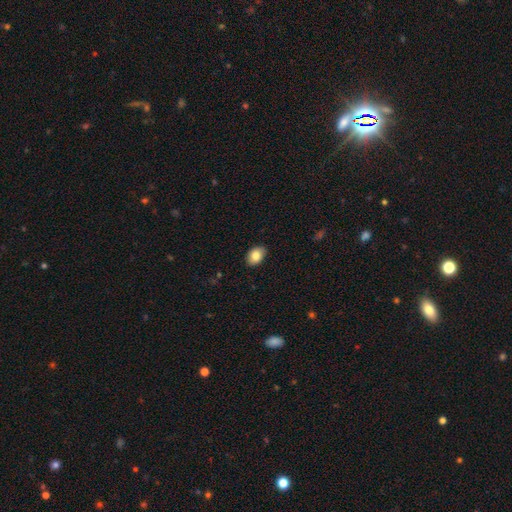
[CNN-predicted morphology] This appears to be a smooth galaxy with no disk features (84%) that is in between round and cigar-shaped (81%). Merging: none (87%).